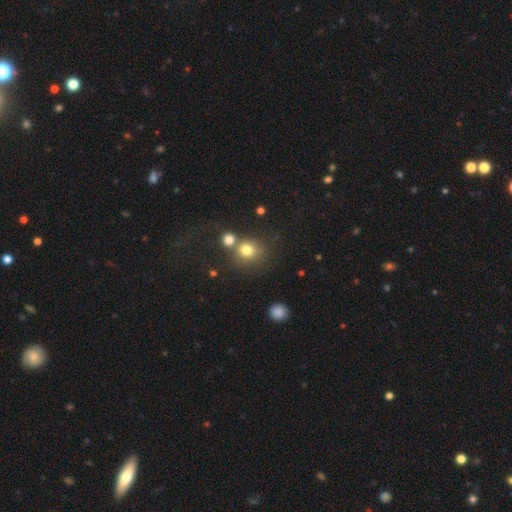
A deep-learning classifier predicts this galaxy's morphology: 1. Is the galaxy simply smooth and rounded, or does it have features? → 60% smooth, 27% star or artifact, 13% featured or disk.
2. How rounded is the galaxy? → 84% round, 15% in between, 1% cigar-shaped.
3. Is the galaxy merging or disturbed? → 47% none, 34% merger, 10% major disturbance, 9% minor disturbance.